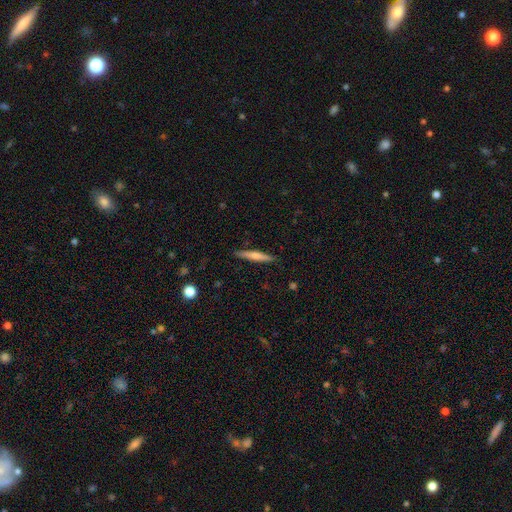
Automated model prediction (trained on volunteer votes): Overall: smooth (59%; featured or disk 35%). How rounded: cigar-shaped (94%). Merging: none (89%).